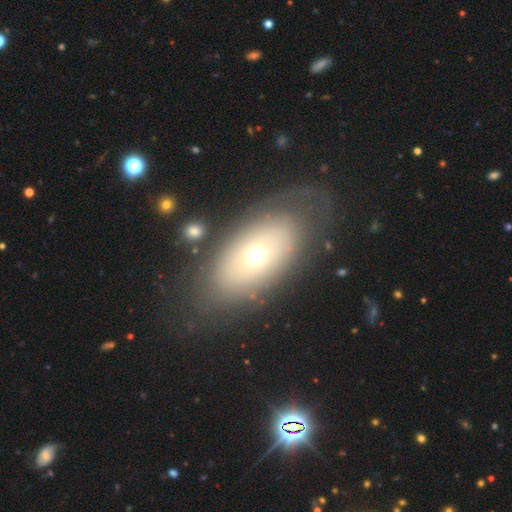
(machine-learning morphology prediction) smooth_or_featured: smooth (p=0.46) [alt: featured or disk p=0.45]
merging: none (p=0.71) [alt: minor disturbance p=0.16]